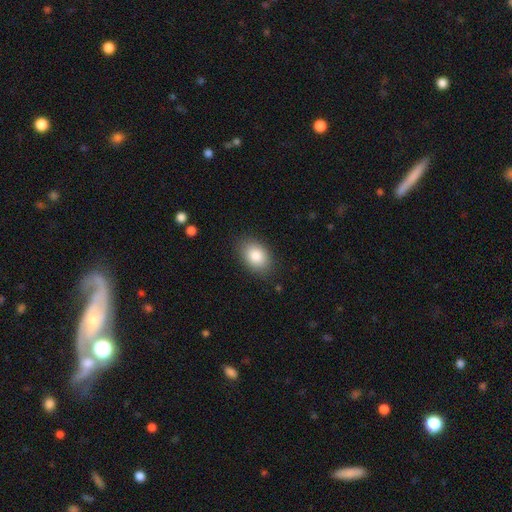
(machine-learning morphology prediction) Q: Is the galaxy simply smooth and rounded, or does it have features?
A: smooth — 85%.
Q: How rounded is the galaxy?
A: in between — 83%.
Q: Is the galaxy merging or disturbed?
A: none — 84%.